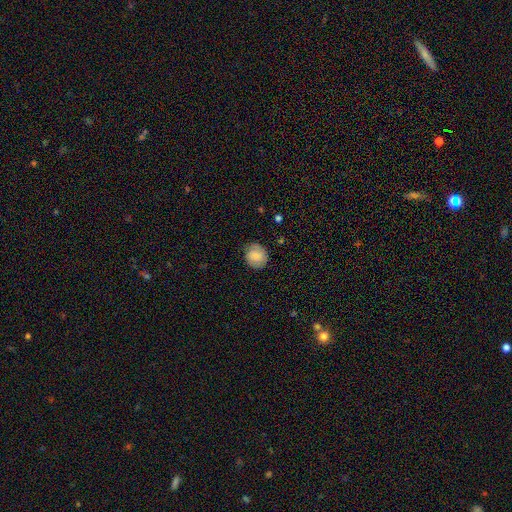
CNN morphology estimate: Overall: smooth (77%). How rounded: round (85%). Merging: none (79%).